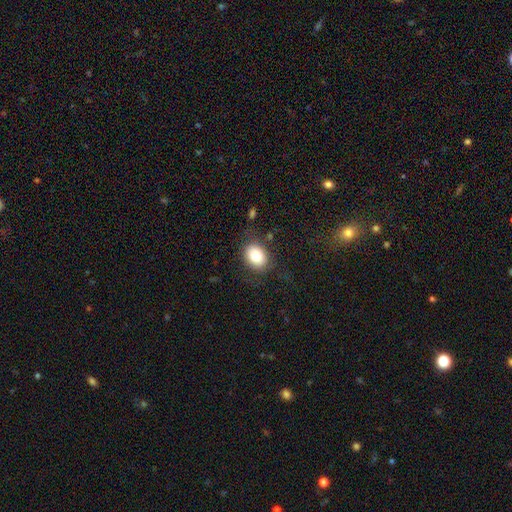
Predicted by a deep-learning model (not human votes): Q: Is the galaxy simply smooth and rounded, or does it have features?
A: smooth — 81%.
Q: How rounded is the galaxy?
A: in between — 63%.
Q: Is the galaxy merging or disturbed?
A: none — 78%.